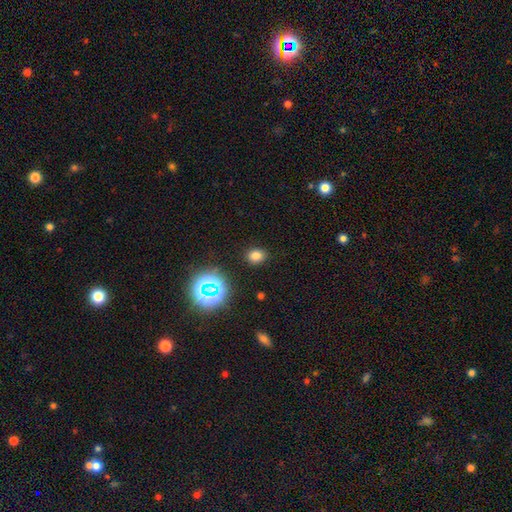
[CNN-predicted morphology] type=smooth (74%); roundness=round (65%); merging=none (88%).